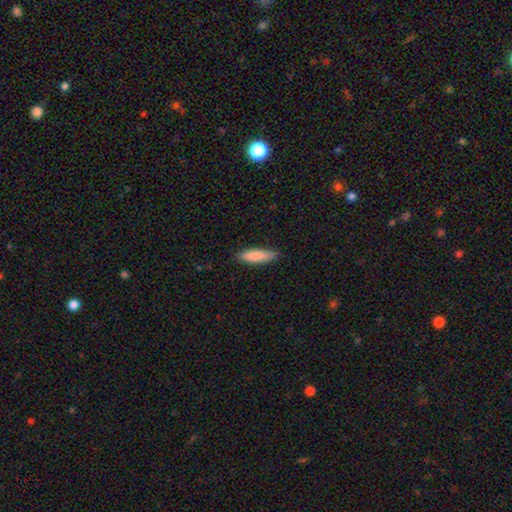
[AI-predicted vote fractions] Smooth or featured? Predicted: smooth (p=0.85). How rounded? Predicted: cigar-shaped (p=0.65). Merging? Predicted: none (p=0.83).